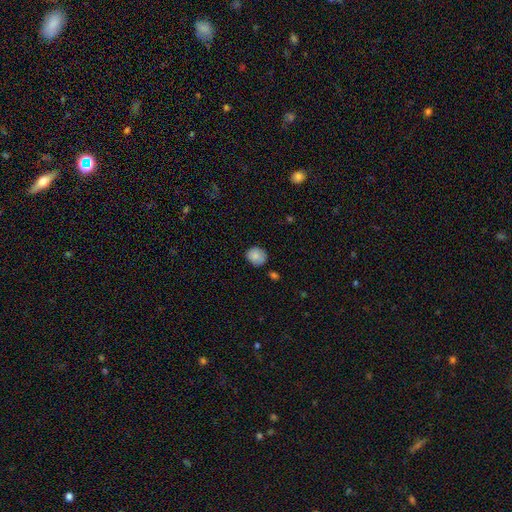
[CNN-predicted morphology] This is clearly a smooth galaxy (84%). How rounded: likely round (72%). Merging: likely none (70%).